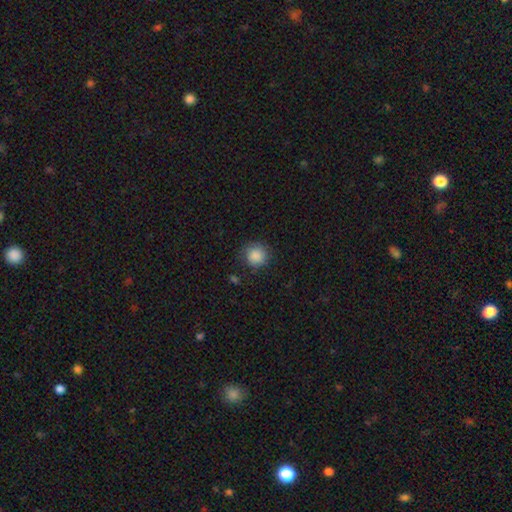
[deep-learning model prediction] smooth_or_featured: smooth (p=0.87) [alt: star or artifact p=0.08]
how_rounded: round (p=0.91) [alt: in between p=0.08]
merging: none (p=0.78) [alt: minor disturbance p=0.15]